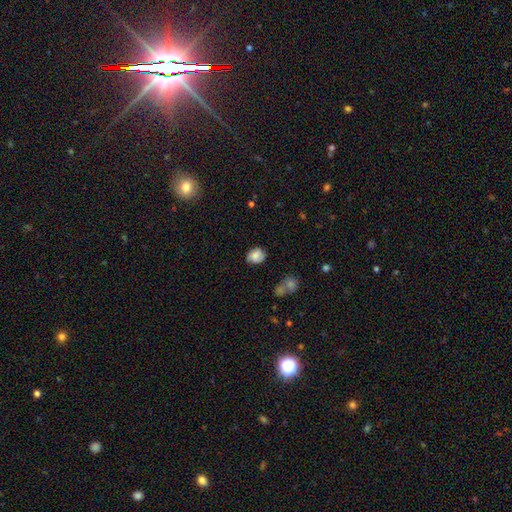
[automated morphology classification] This is likely a smooth galaxy (75%). How rounded: possibly round (54%). Merging: likely none (76%).